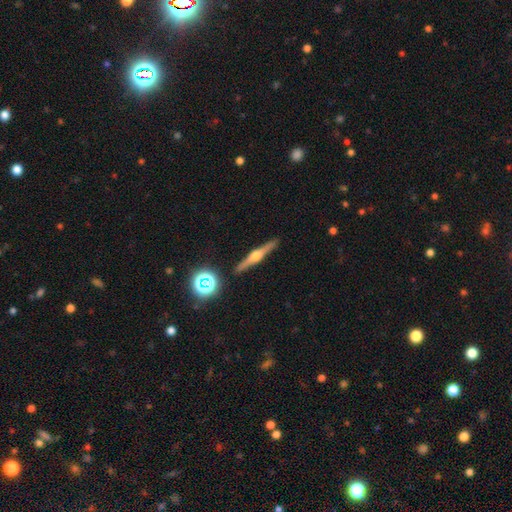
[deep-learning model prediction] Smooth or featured?
  - featured or disk: 75% *
  - smooth: 18%
  - star or artifact: 7%
Edge-on disk?
  - yes: 98% *
  - no: 2%
Edge-on bulge?
  - rounded: 93% *
  - boxy: 4%
  - none: 2%
Merging?
  - none: 91% *
  - minor disturbance: 6%
  - merger: 2%
  - major disturbance: 1%